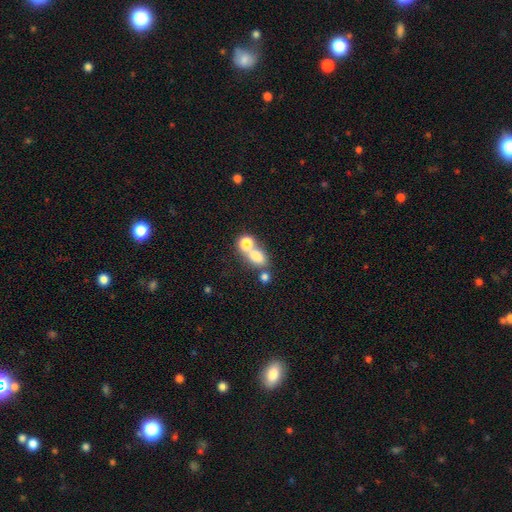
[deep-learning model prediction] Smooth or featured? smooth (74%)
How rounded? in between (60%)
Merging? merger (53%)